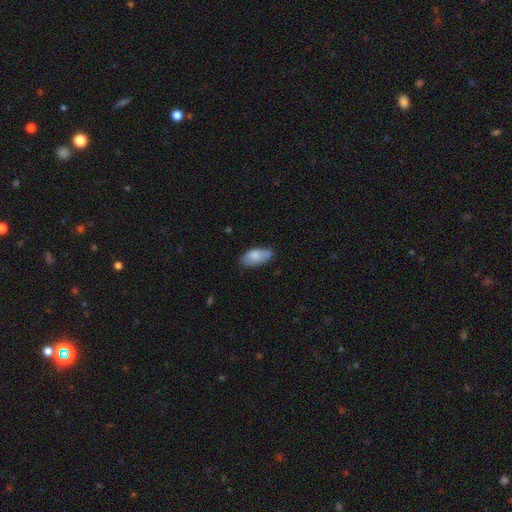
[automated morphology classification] The model was most divided on "merging": none: 64%, minor disturbance: 26%, major disturbance: 5%, merger: 5%. More confident: how rounded — in between (91%); smooth or featured — smooth (80%).